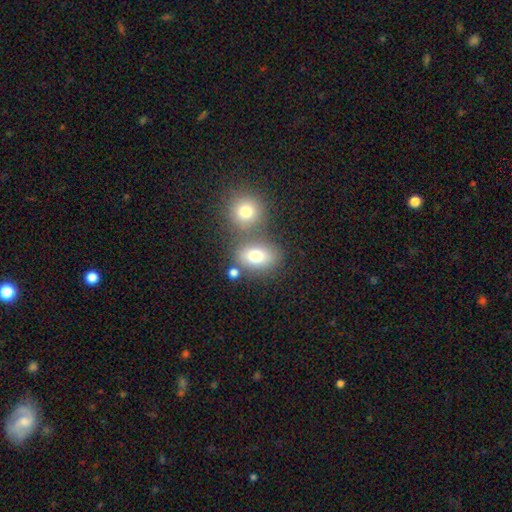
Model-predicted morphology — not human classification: This appears to be a smooth galaxy with no disk features (76%) that is in between round and cigar-shaped (64%). Merging: none (56%).